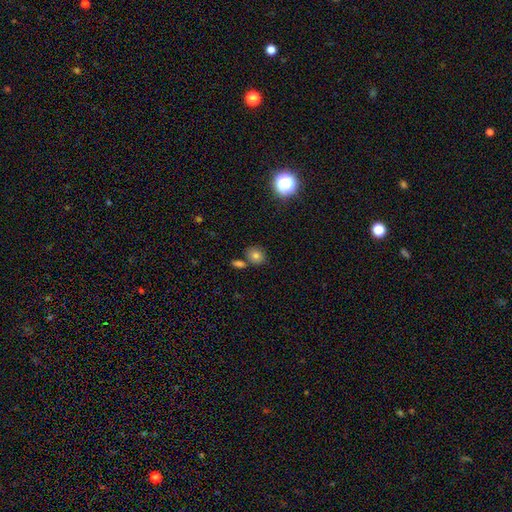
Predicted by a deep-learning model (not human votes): smooth-or-featured: smooth: 76% | star or artifact: 13% | featured or disk: 10%
  how-rounded: round: 69% | in between: 30% | cigar-shaped: 1%
  merging: none: 70% | merger: 17% | minor disturbance: 11% | major disturbance: 3%